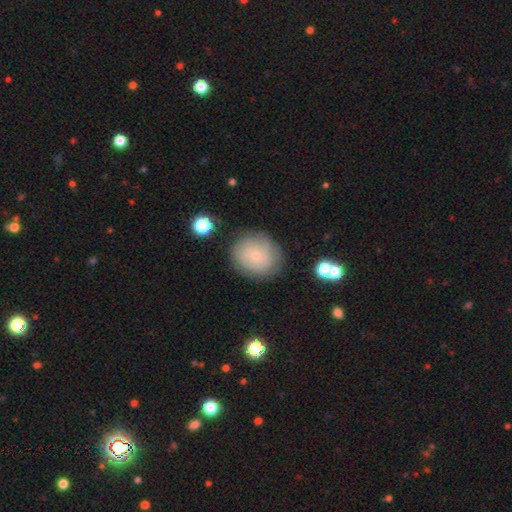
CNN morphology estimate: Smooth or featured? smooth (50%)
How rounded? round (76%)
Merging? none (76%)